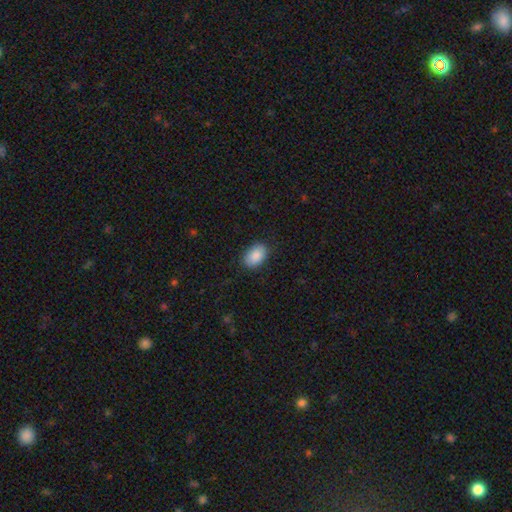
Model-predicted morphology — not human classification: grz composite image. It shows a smooth galaxy with no disk features (89%) that is in between round and cigar-shaped (87%). Merging: none (86%).